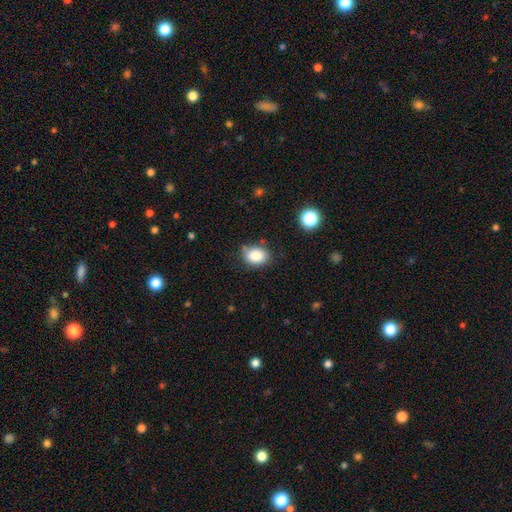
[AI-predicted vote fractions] A smooth galaxy with no disk features (86%) that is in between round and cigar-shaped (64%). Merging: none (78%).